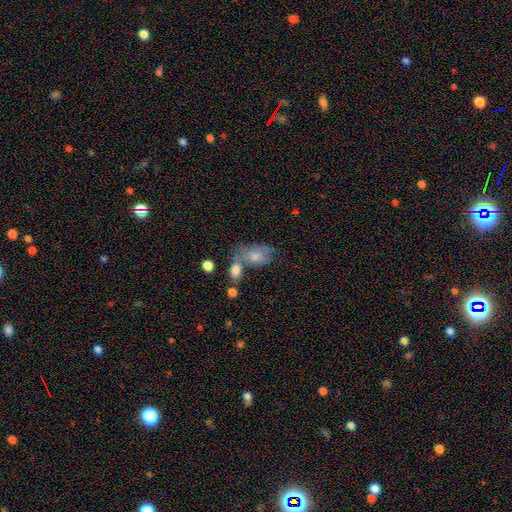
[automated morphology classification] Overall: smooth (69%). How rounded: in between (86%). Merging: none (34%; merger 33%).